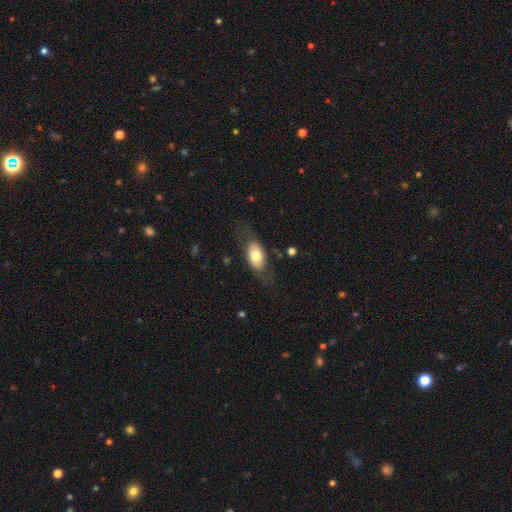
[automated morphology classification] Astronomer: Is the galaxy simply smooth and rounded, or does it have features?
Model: smooth — 67%.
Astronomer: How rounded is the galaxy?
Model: in between — 90%.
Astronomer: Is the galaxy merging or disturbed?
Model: none — 70%.